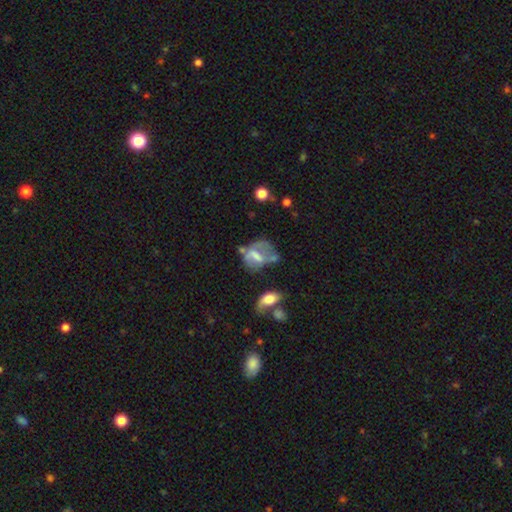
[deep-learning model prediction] smooth_or_featured: featured or disk (p=0.49) [alt: smooth p=0.41]
merging: major disturbance (p=0.31) [alt: none p=0.30]